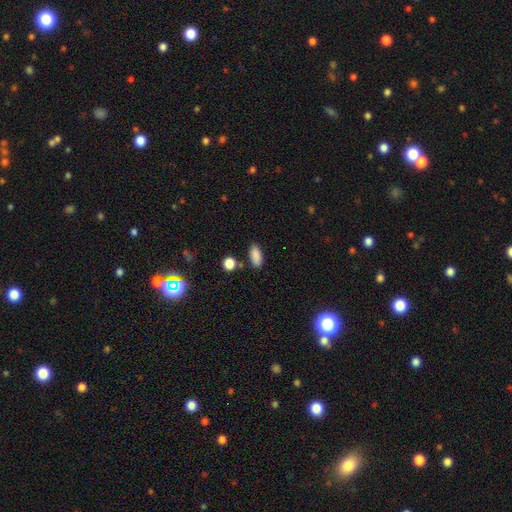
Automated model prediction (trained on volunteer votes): smooth_or_featured: smooth (p=0.87) [alt: star or artifact p=0.09]
how_rounded: in between (p=0.83) [alt: cigar-shaped p=0.12]
merging: none (p=0.82) [alt: minor disturbance p=0.11]